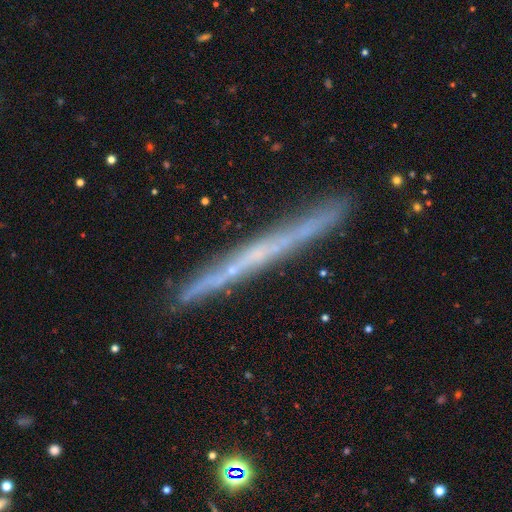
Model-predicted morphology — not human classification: This appears to be a featured or disk galaxy (65%) viewed edge-on (96%) with no central bulge (86%). Merging: none (88%).